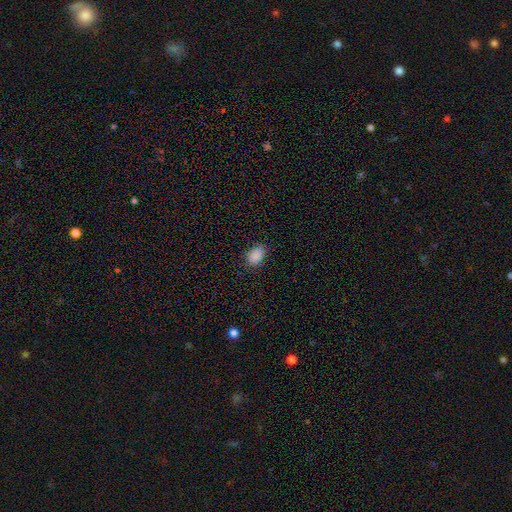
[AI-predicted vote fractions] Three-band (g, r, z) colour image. It shows a smooth galaxy with no disk features (87%) that is in between round and cigar-shaped (74%). Merging: none (80%).